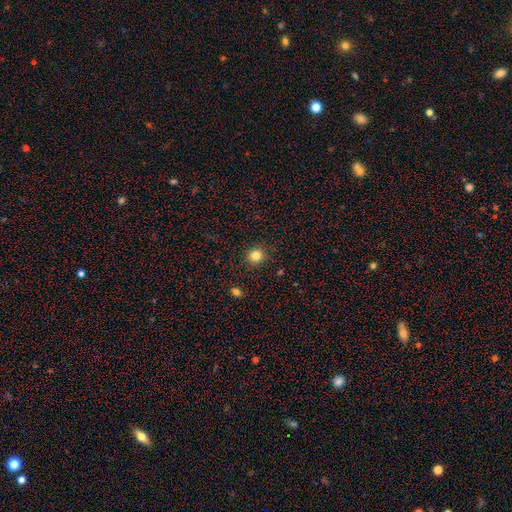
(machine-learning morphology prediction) Q: Smooth or featured?
A: smooth (82%); runner-up: star or artifact (13%)
Q: How rounded?
A: round (91%); runner-up: in between (8%)
Q: Merging?
A: none (90%); runner-up: minor disturbance (6%)